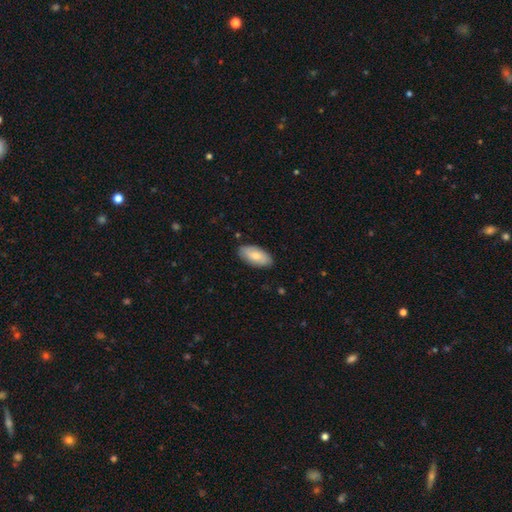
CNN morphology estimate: A smooth galaxy with no disk features (77%) that is in between round and cigar-shaped (93%).

Vote fractions:
- Smooth or featured? smooth: 77% / featured or disk: 17% / star or artifact: 5%
- How rounded? in between: 93% / cigar-shaped: 5% / round: 2%
- Merging? none: 85% / minor disturbance: 12% / major disturbance: 2% / merger: 1%